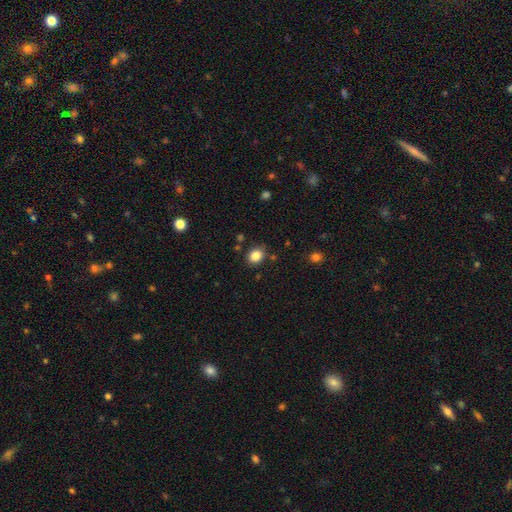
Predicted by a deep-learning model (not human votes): Smooth or featured? Predicted: smooth (p=0.85). How rounded? Predicted: round (p=0.53). Merging? Predicted: none (p=0.82).